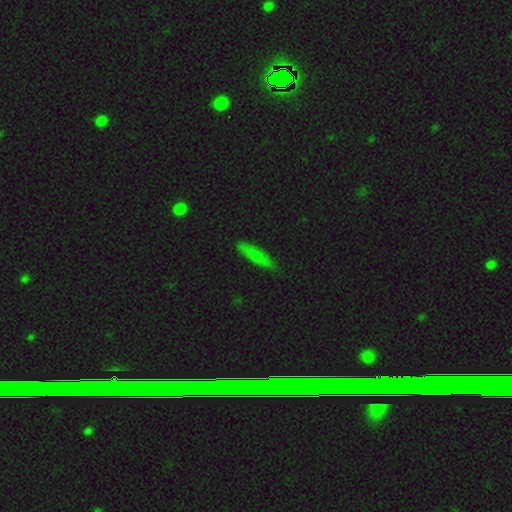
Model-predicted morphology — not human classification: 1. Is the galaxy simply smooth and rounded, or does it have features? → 75% smooth, 14% featured or disk, 11% star or artifact.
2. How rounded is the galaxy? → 71% cigar-shaped, 26% in between, 3% round.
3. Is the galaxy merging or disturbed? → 84% none, 12% minor disturbance, 2% major disturbance, 2% merger.